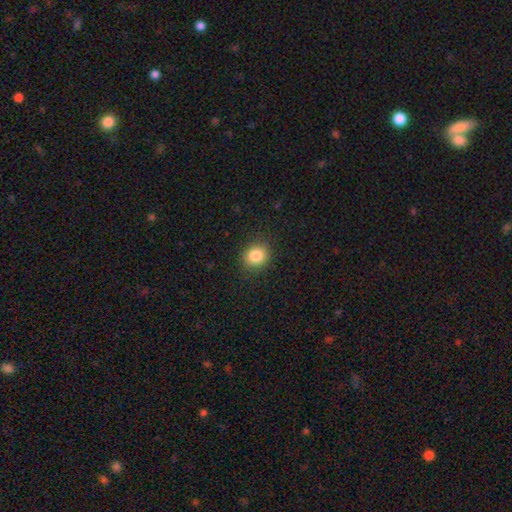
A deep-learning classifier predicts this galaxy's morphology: Smooth or featured: smooth — 84% (star or artifact — 10%)
How rounded: round — 73% (in between — 27%)
Merging: none — 89% (minor disturbance — 8%)